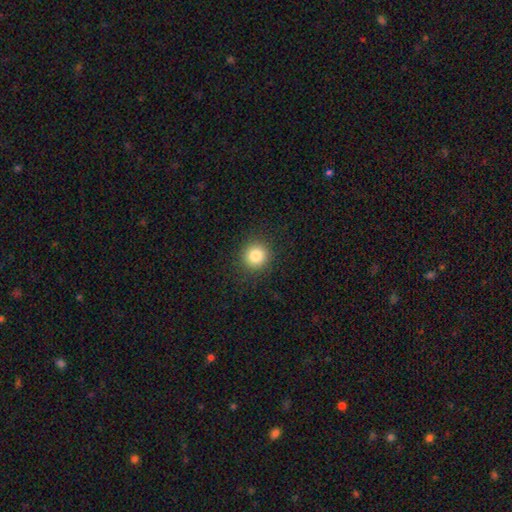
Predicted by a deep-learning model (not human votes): smooth_or_featured: smooth (p=0.84) [alt: star or artifact p=0.11]
how_rounded: round (p=0.93) [alt: in between p=0.06]
merging: none (p=0.91) [alt: minor disturbance p=0.06]